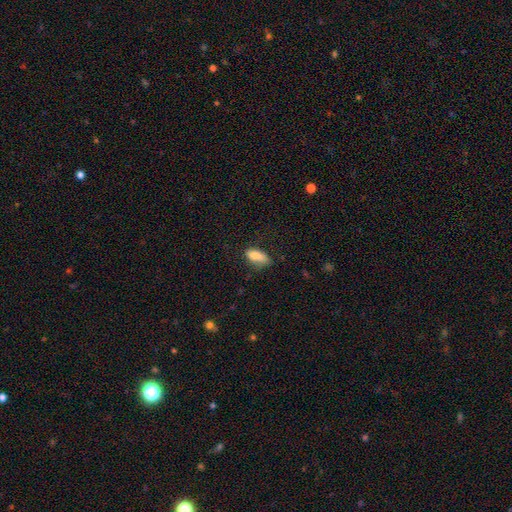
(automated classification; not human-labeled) Morphology: type=smooth (85%); roundness=in between (84%); merging=none (53%).